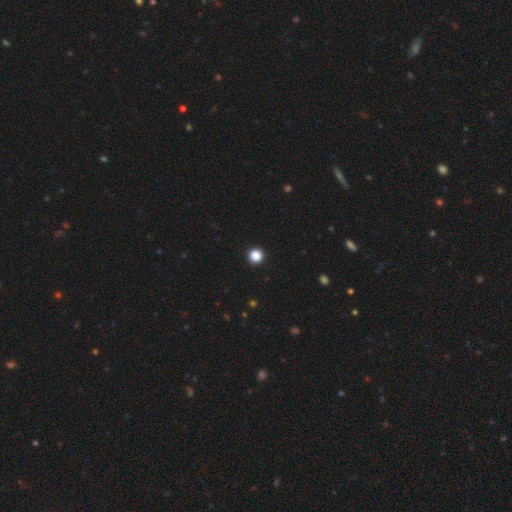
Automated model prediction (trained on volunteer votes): Morphology: type=smooth (86%); roundness=round (96%); merging=none (94%).